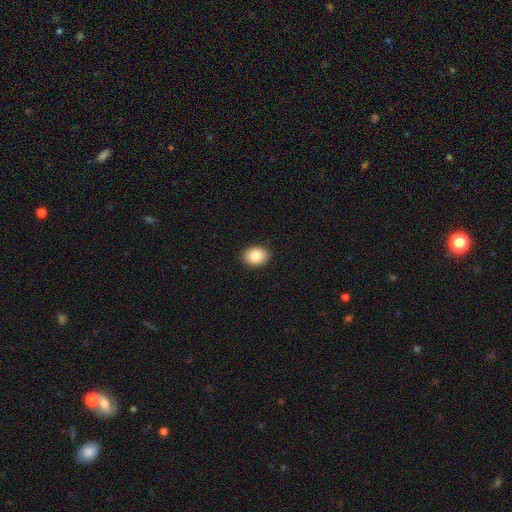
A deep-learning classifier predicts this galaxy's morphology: A smooth galaxy with no disk features (85%) that is in between round and cigar-shaped (66%).

Vote fractions:
- Smooth or featured? smooth: 85% / star or artifact: 8% / featured or disk: 7%
- How rounded? in between: 66% / round: 33% / cigar-shaped: 1%
- Merging? none: 90% / minor disturbance: 7% / major disturbance: 2% / merger: 1%